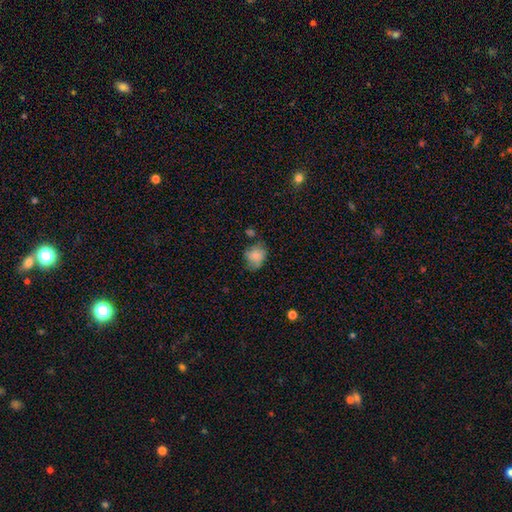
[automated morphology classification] Smooth or featured?
  - smooth: 82% *
  - featured or disk: 9%
  - star or artifact: 9%
How rounded?
  - round: 51% *
  - in between: 48%
  - cigar-shaped: 1%
Merging?
  - none: 54% *
  - minor disturbance: 30%
  - major disturbance: 10%
  - merger: 6%